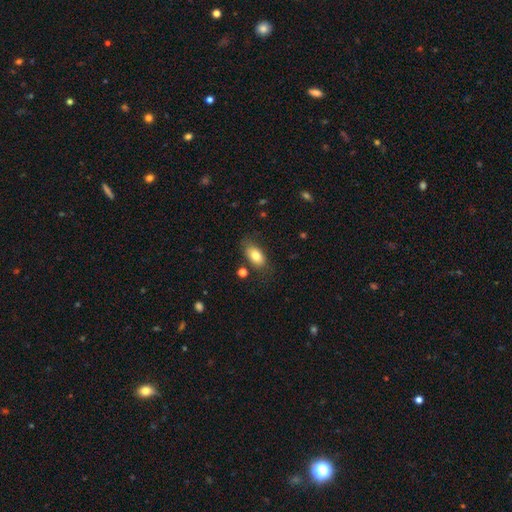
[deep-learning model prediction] Smooth or featured? smooth (80%)
How rounded? in between (90%)
Merging? none (74%)